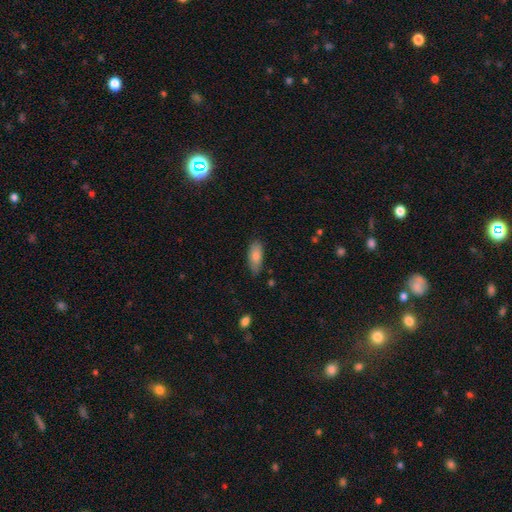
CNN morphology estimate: This is clearly a smooth galaxy (82%). How rounded: likely in between (80%). Merging: likely none (73%).